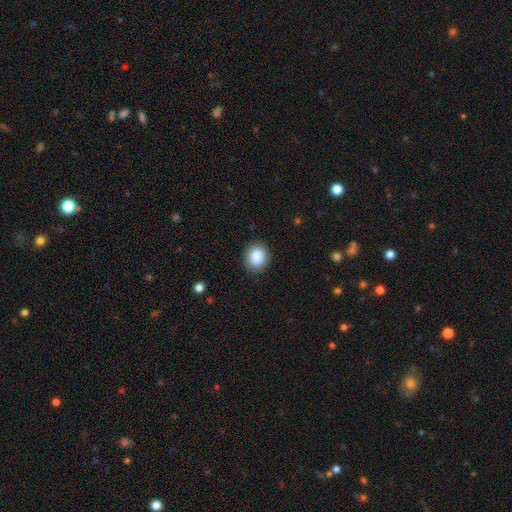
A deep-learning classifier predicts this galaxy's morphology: Smooth or featured: smooth — 86% (star or artifact — 8%)
How rounded: round — 69% (in between — 30%)
Merging: none — 87% (minor disturbance — 10%)